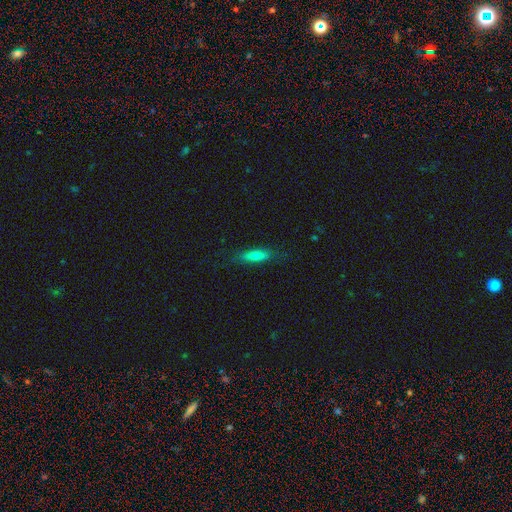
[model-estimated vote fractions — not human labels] The model was most divided on "how rounded": cigar-shaped: 70%, in between: 28%, round: 2%. More confident: merging — none (81%); smooth or featured — smooth (71%).